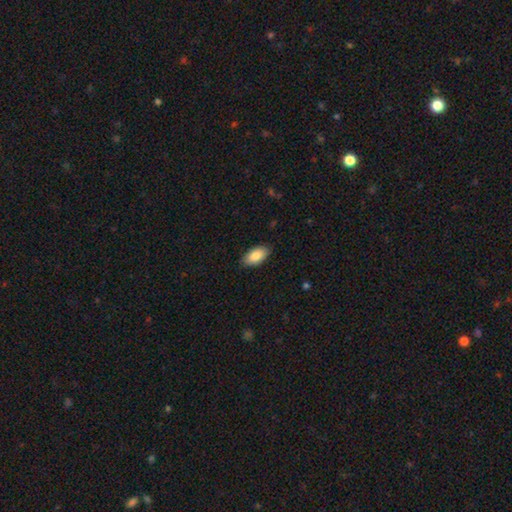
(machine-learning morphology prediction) Smooth or featured? Predicted: smooth (p=0.86). How rounded? Predicted: in between (p=0.94). Merging? Predicted: none (p=0.87).